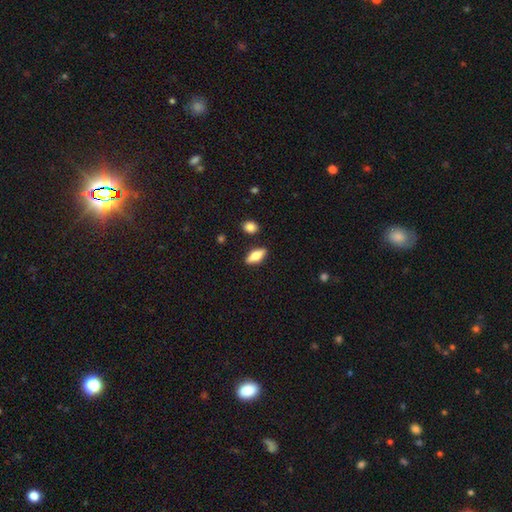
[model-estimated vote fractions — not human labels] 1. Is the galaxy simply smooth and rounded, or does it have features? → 62% smooth, 31% featured or disk, 7% star or artifact.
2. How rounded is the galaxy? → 68% in between, 28% cigar-shaped, 3% round.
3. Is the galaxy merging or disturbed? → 86% none, 9% minor disturbance, 3% merger, 2% major disturbance.